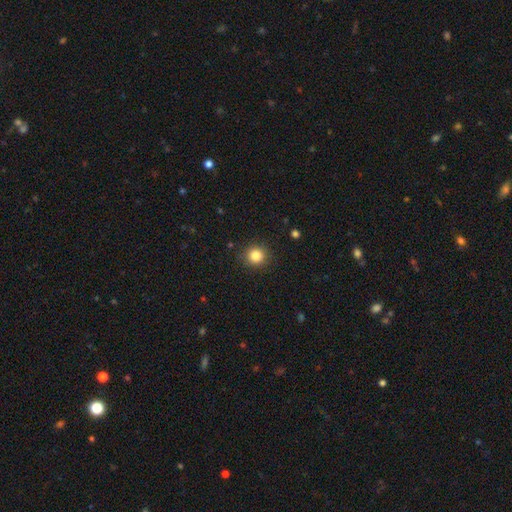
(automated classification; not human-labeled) The model was most divided on "smooth or featured": smooth: 84%, star or artifact: 11%, featured or disk: 5%. More confident: how rounded — round (93%); merging — none (90%).